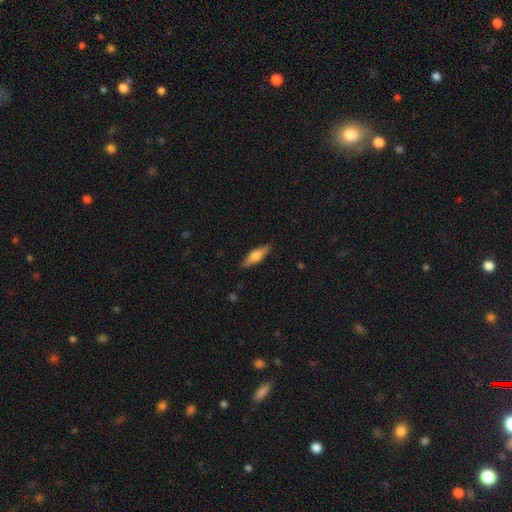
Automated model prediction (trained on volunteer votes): A smooth galaxy with no disk features (55%) that is cigar-shaped (55%). Merging: none (87%).